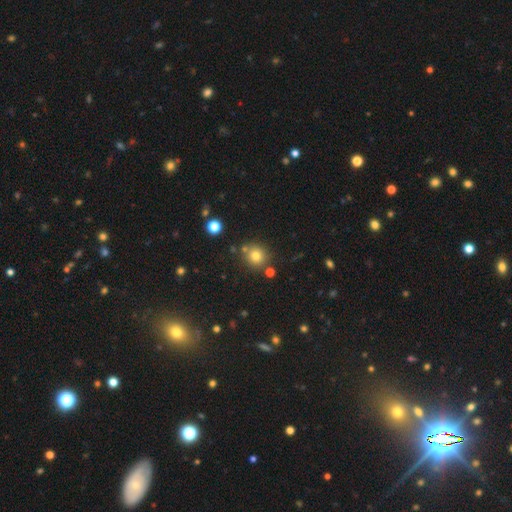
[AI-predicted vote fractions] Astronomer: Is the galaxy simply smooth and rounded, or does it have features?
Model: smooth — 78%.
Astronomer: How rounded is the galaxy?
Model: round — 90%.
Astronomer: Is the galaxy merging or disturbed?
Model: none — 79%.